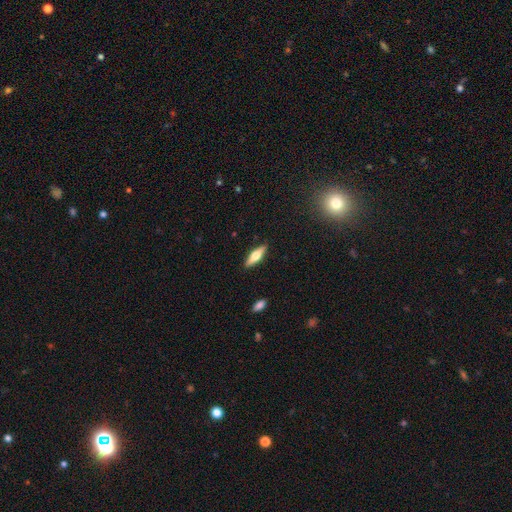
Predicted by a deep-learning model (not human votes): A smooth galaxy with no disk features (51%) that is cigar-shaped (58%). Merging: none (89%).